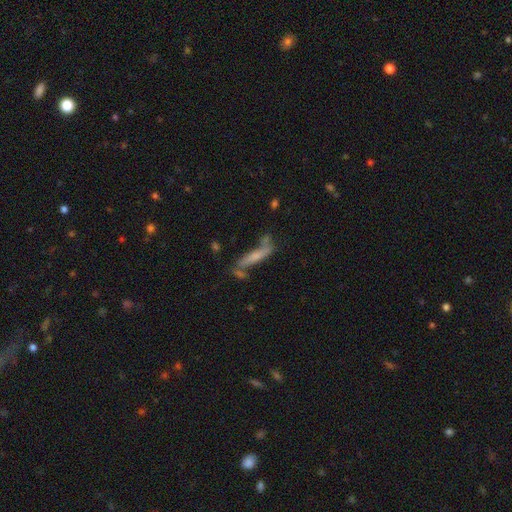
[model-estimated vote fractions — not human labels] Smooth or featured? Predicted: smooth (p=0.49). Merging? Predicted: none (p=0.51).